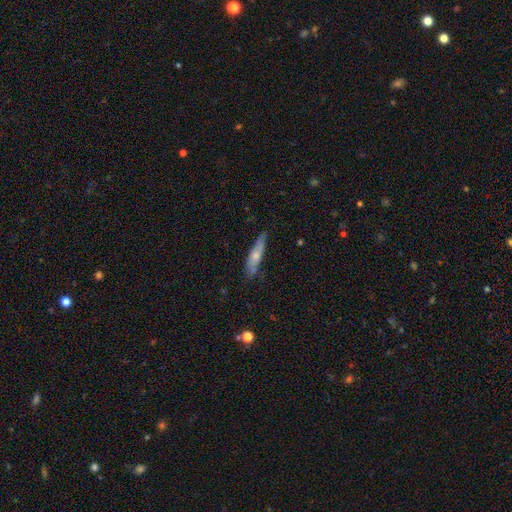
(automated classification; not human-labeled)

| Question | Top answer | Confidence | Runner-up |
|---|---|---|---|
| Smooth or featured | smooth | 56% | featured or disk (38%) |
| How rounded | cigar-shaped | 75% | in between (23%) |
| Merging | none | 70% | minor disturbance (23%) |